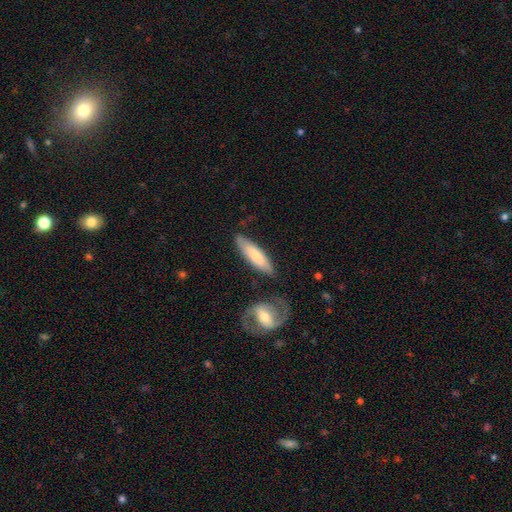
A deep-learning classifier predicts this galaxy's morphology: This is likely a smooth galaxy (73%). How rounded: likely cigar-shaped (67%). Merging: likely none (74%).